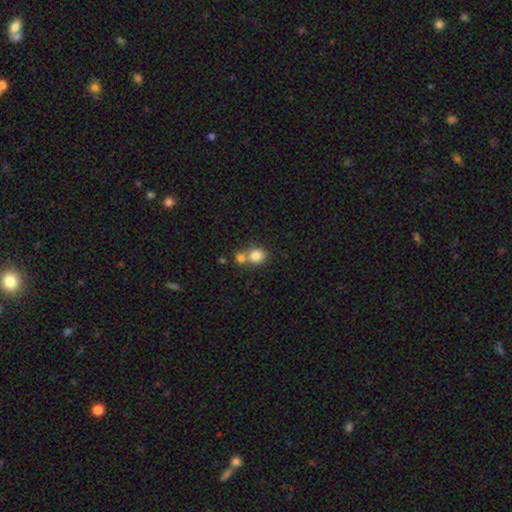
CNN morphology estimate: Smooth or featured: smooth — 82% (star or artifact — 10%)
How rounded: round — 74% (in between — 25%)
Merging: none — 47% (merger — 42%)